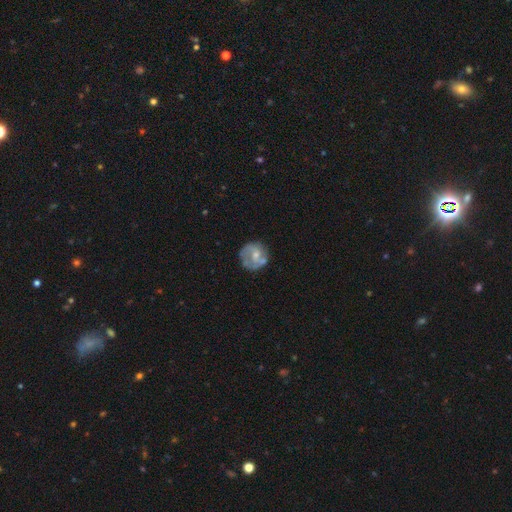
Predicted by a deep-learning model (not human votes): Morphology: type=featured or disk (53%); edge-on=no (98%); bar=no (69%); spiral arms=yes (50%, tied with no); bulge=small (50%); merging=none (61%).